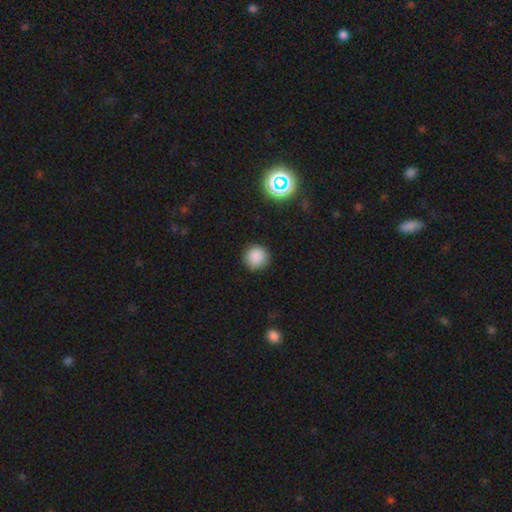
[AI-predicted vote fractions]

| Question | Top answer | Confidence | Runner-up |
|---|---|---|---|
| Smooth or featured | smooth | 85% | star or artifact (12%) |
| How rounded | round | 94% | in between (5%) |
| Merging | none | 90% | minor disturbance (7%) |